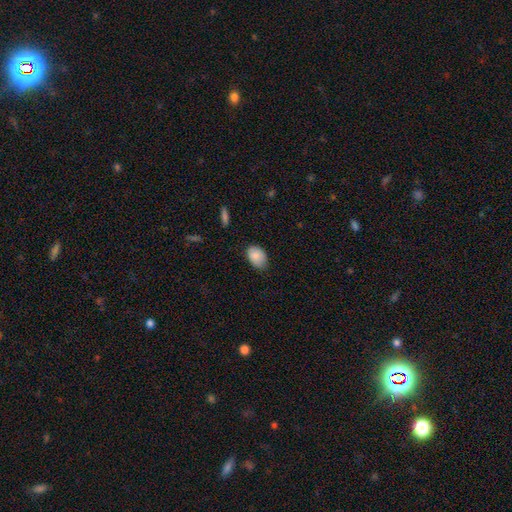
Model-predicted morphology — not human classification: Q: Smooth or featured?
A: smooth (85%); runner-up: star or artifact (7%)
Q: How rounded?
A: in between (84%); runner-up: round (15%)
Q: Merging?
A: none (68%); runner-up: minor disturbance (26%)